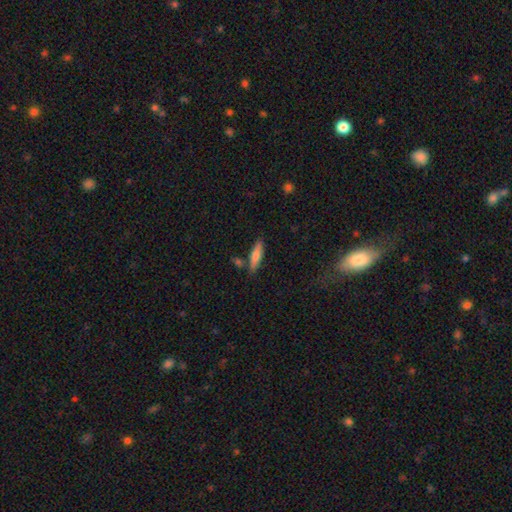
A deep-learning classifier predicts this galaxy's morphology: Q: Smooth or featured?
A: smooth (70%); runner-up: featured or disk (24%)
Q: How rounded?
A: cigar-shaped (71%); runner-up: in between (27%)
Q: Merging?
A: none (75%); runner-up: minor disturbance (13%)